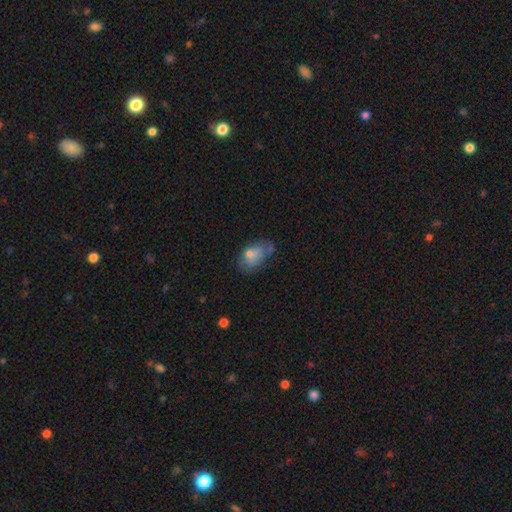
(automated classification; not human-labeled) The model was most divided on "merging": none: 48%, minor disturbance: 31%, major disturbance: 12%, merger: 8%. More confident: how rounded — in between (88%); smooth or featured — smooth (67%).